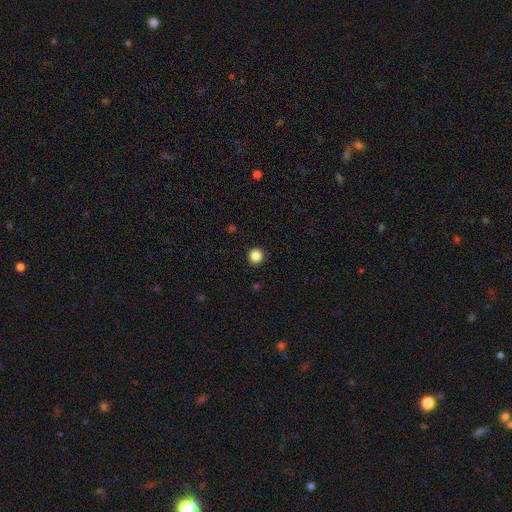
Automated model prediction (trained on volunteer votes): The model was most divided on "smooth or featured": smooth: 86%, star or artifact: 11%, featured or disk: 3%. More confident: how rounded — round (94%); merging — none (93%).